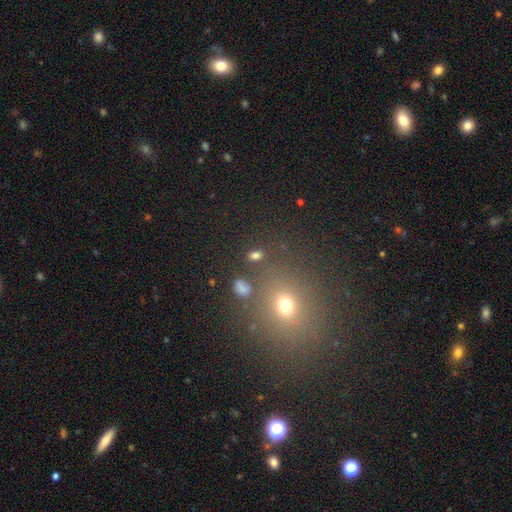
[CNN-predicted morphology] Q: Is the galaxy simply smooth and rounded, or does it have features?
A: smooth — 64%.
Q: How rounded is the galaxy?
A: round — 51%.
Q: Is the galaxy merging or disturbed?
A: none — 77%.